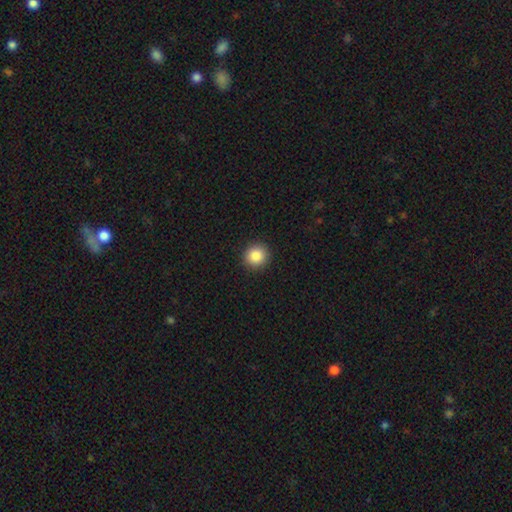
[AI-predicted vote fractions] smooth_or_featured: smooth (p=0.87) [alt: star or artifact p=0.09]
how_rounded: round (p=0.90) [alt: in between p=0.09]
merging: none (p=0.92) [alt: minor disturbance p=0.05]